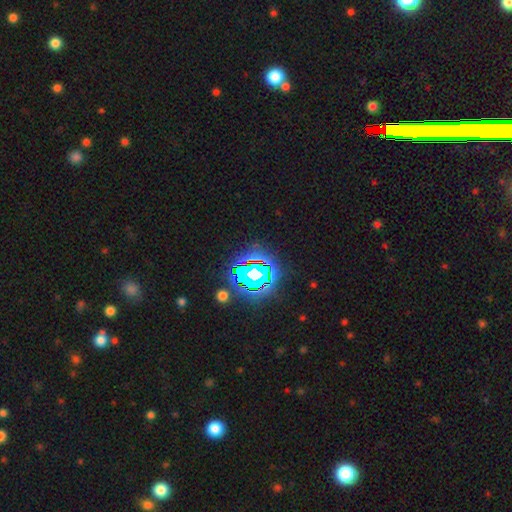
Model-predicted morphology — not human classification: smooth_or_featured: star or artifact (p=0.78) [alt: smooth p=0.12]